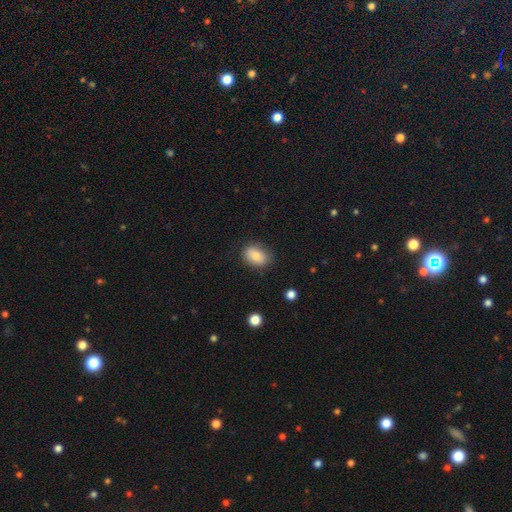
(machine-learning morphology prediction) The model was most divided on "how rounded": in between: 77%, round: 22%, cigar-shaped: 1%. More confident: smooth or featured — smooth (83%); merging — none (78%).